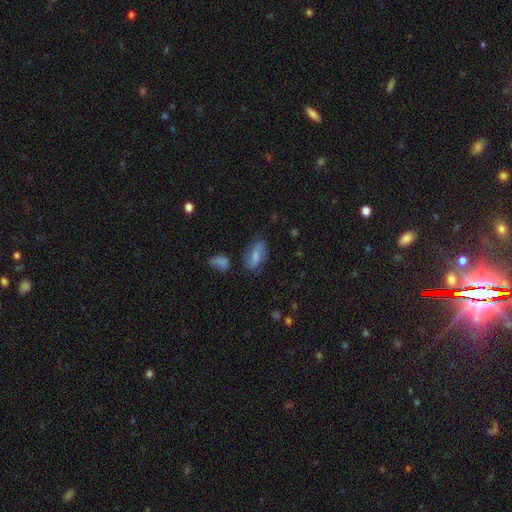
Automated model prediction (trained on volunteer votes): Smooth or featured?
  - smooth: 61% *
  - featured or disk: 30%
  - star or artifact: 9%
How rounded?
  - in between: 87% *
  - cigar-shaped: 8%
  - round: 5%
Merging?
  - none: 64% *
  - minor disturbance: 23%
  - major disturbance: 8%
  - merger: 6%